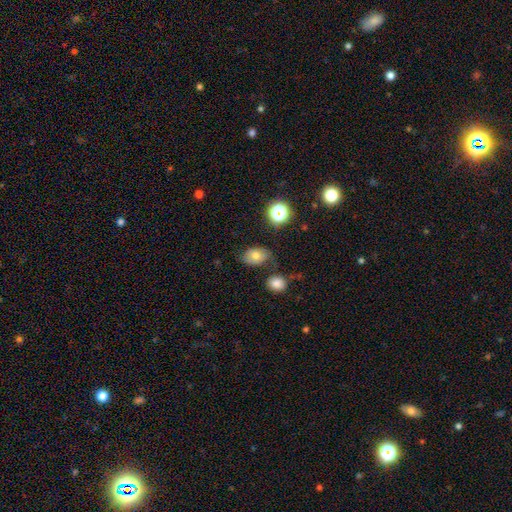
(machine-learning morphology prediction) Overall: smooth (69%). How rounded: in between (76%). Merging: none (67%).